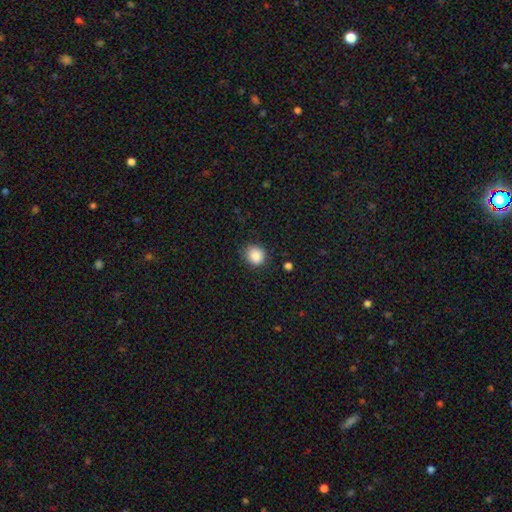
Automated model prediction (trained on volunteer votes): This is clearly a smooth galaxy (87%). How rounded: likely round (73%). Merging: clearly none (83%).